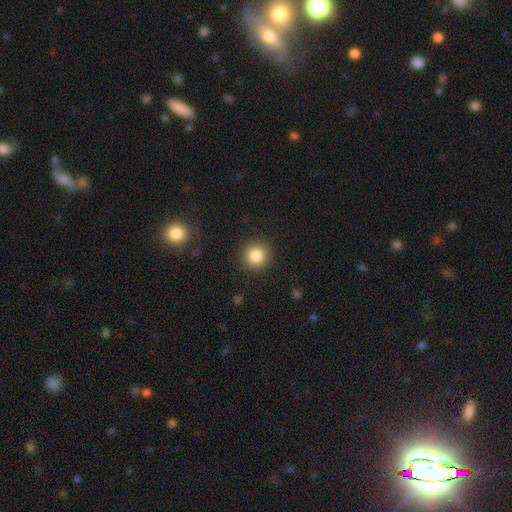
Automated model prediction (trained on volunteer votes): The model was most divided on "smooth or featured": smooth: 84%, star or artifact: 10%, featured or disk: 5%. More confident: how rounded — round (92%); merging — none (90%).